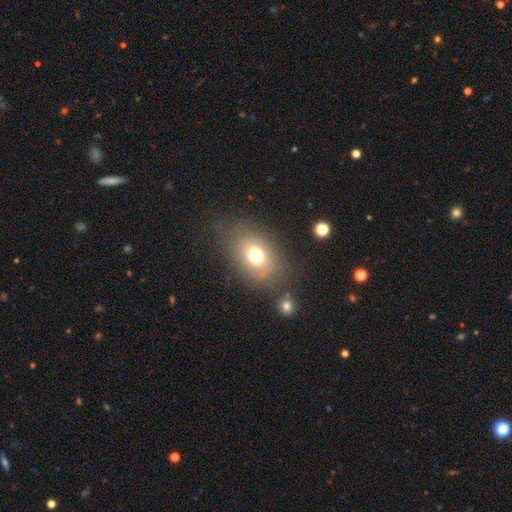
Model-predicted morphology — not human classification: smooth 70%, featured or disk 16%, star or artifact 14%. Down the decision tree: how rounded — in between (68%); merging — none (71%).